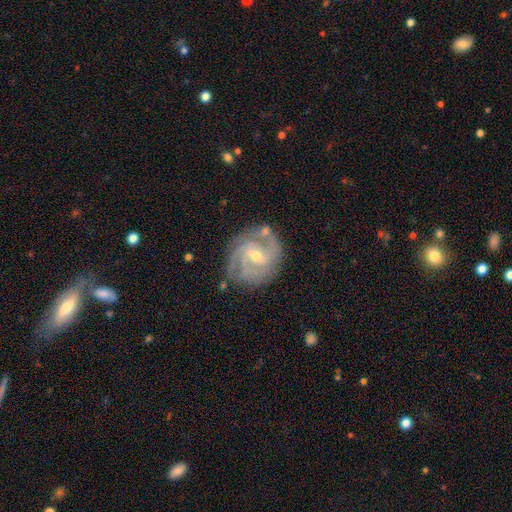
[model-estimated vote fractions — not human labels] smooth_or_featured: featured or disk (p=0.89) [alt: smooth p=0.05]
disk_edge_on: no (p=0.98) [alt: yes p=0.02]
bar: weak (p=0.48) [alt: no p=0.37]
has_spiral_arms: yes (p=0.98) [alt: no p=0.02]
spiral_winding: tight (p=0.56) [alt: medium p=0.38]
spiral_arm_count: 3 (p=0.41) [alt: 2 p=0.27]
bulge_size: small (p=0.56) [alt: moderate p=0.41]
merging: none (p=0.73) [alt: minor disturbance p=0.18]